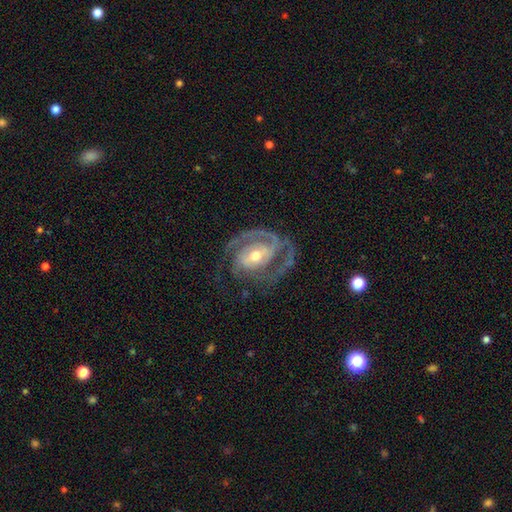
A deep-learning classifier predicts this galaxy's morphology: Smooth or featured?
  - featured or disk: 91% *
  - smooth: 5%
  - star or artifact: 4%
Edge-on disk?
  - no: 97% *
  - yes: 3%
Bar?
  - weak: 39% *
  - no: 37%
  - strong: 24%
Spiral arms?
  - yes: 97% *
  - no: 3%
Spiral winding?
  - tight: 48% *
  - medium: 43%
  - loose: 9%
Spiral arm count?
  - 2: 66% *
  - 3: 15%
  - can't tell: 7%
  - 1: 6%
  - 4: 3%
  - more than 4: 3%
Bulge size?
  - moderate: 64% *
  - small: 30%
  - large: 4%
  - none: 1%
  - dominant: 1%
Merging?
  - none: 66% *
  - minor disturbance: 18%
  - major disturbance: 14%
  - merger: 2%